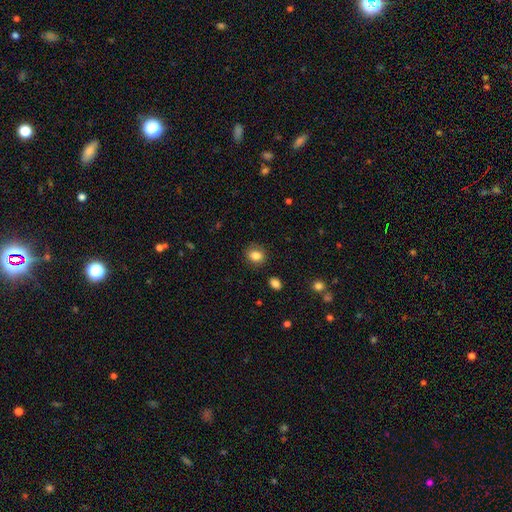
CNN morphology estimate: This appears to be a smooth galaxy with no disk features (84%) that is round (59%). Merging: none (84%).